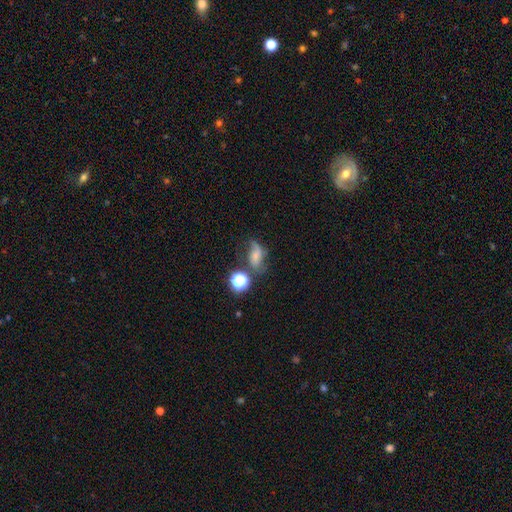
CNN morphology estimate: Overall: smooth (44%; featured or disk 39%). Merging: none (42%; minor disturbance 26%).